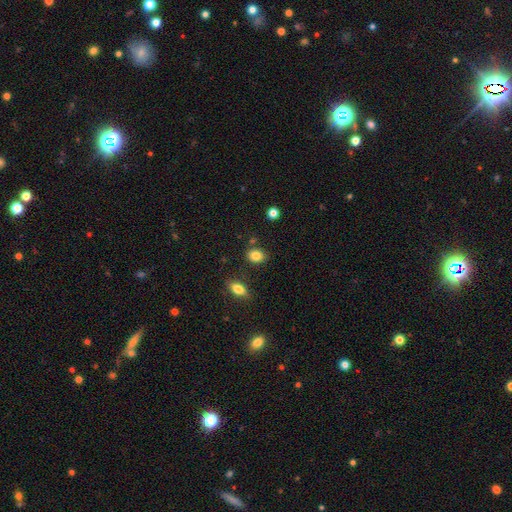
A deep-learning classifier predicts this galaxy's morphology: A smooth galaxy with no disk features (84%) that is in between round and cigar-shaped (56%).

Vote fractions:
- Smooth or featured? smooth: 84% / star or artifact: 10% / featured or disk: 6%
- How rounded? in between: 56% / round: 42% / cigar-shaped: 1%
- Merging? none: 79% / minor disturbance: 12% / merger: 6% / major disturbance: 3%